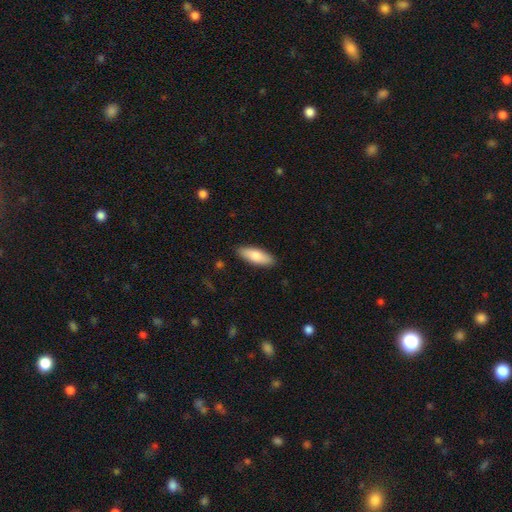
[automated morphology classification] Smooth or featured? Predicted: smooth (p=0.80). How rounded? Predicted: in between (p=0.65). Merging? Predicted: none (p=0.89).